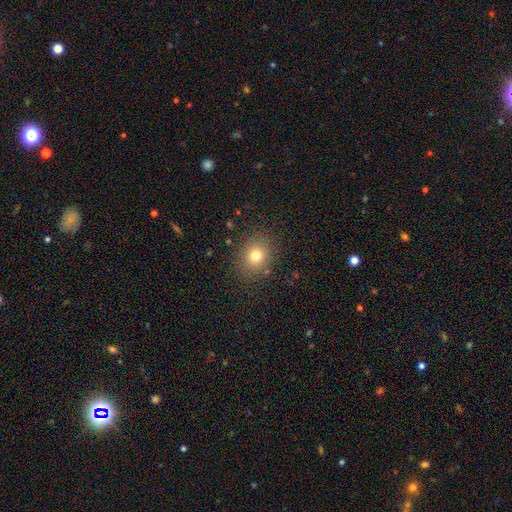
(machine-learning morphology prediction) Smooth or featured: smooth — 76% (star or artifact — 14%)
How rounded: round — 68% (in between — 32%)
Merging: none — 85% (minor disturbance — 9%)